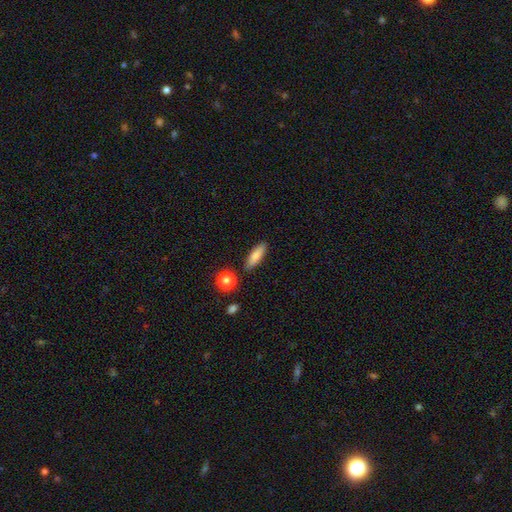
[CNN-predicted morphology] Smooth or featured?
  - smooth: 80% *
  - featured or disk: 12%
  - star or artifact: 8%
How rounded?
  - cigar-shaped: 51% *
  - in between: 46%
  - round: 3%
Merging?
  - none: 85% *
  - minor disturbance: 10%
  - merger: 3%
  - major disturbance: 2%